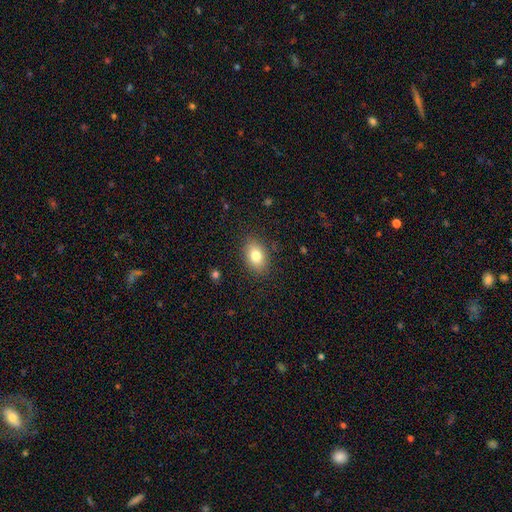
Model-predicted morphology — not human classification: This is clearly a smooth galaxy (80%). How rounded: clearly in between (82%). Merging: clearly none (86%).